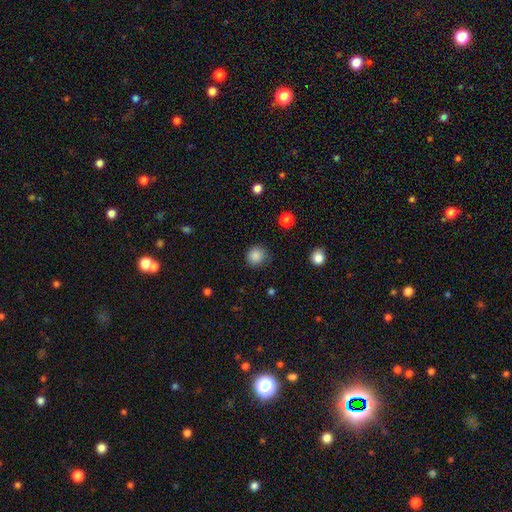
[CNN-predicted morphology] Overall: smooth (86%). How rounded: round (93%). Merging: none (84%).